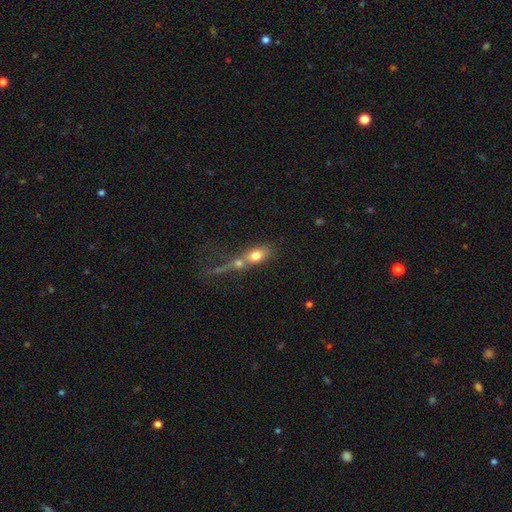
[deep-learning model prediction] Smooth or featured? smooth (71%)
How rounded? in between (71%)
Merging? merger (59%)